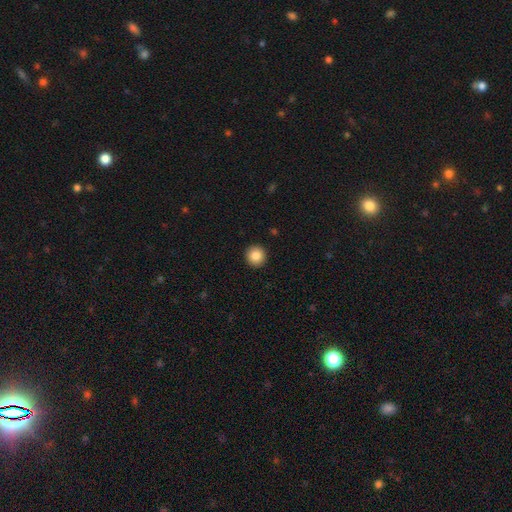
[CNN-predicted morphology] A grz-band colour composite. It shows a smooth galaxy with no disk features (86%) that is round (95%). Merging: none (93%).